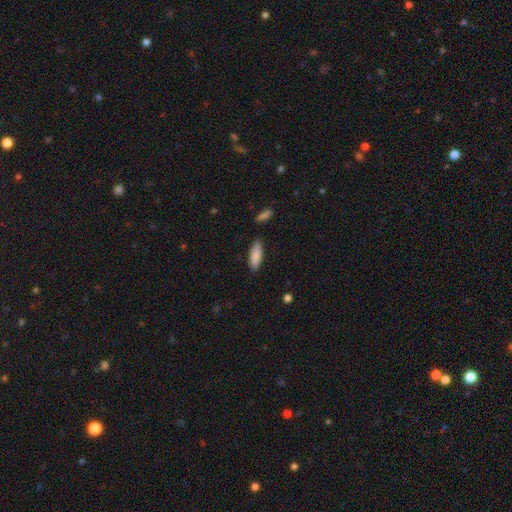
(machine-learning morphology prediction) smooth_or_featured: smooth (p=0.87) [alt: featured or disk p=0.07]
how_rounded: in between (p=0.65) [alt: cigar-shaped p=0.33]
merging: none (p=0.85) [alt: minor disturbance p=0.10]